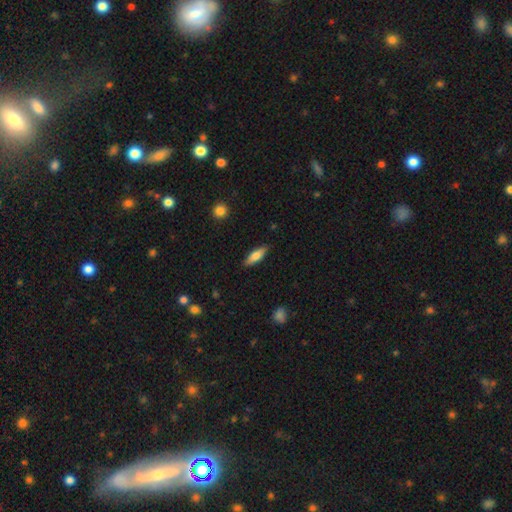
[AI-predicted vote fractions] Morphology: type=smooth (72%); roundness=in between (55%); merging=none (86%).